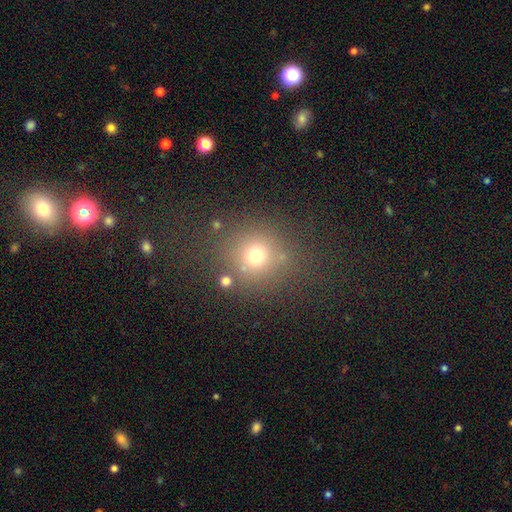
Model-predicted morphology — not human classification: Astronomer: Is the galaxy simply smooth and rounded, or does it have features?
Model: smooth — 69%.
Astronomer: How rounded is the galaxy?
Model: round — 90%.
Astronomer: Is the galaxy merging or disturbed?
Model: none — 76%.